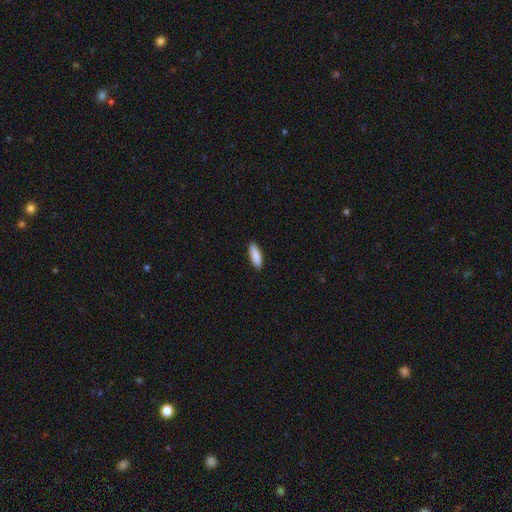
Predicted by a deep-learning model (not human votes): This appears to be a smooth galaxy with no disk features (90%) that is in between round and cigar-shaped (58%). Merging: none (89%).